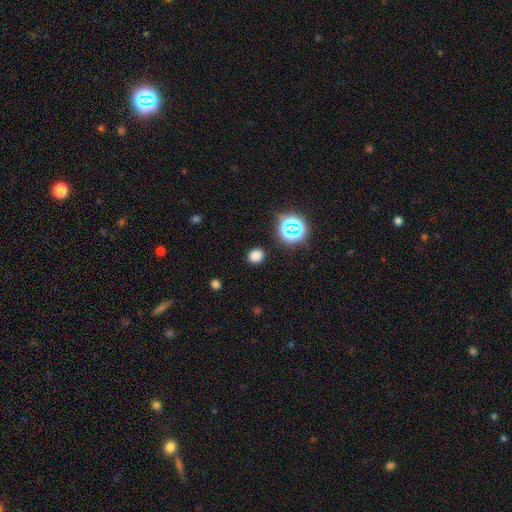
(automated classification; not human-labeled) This appears to be a smooth galaxy with no disk features (76%) that is round (75%). Merging: none (88%).